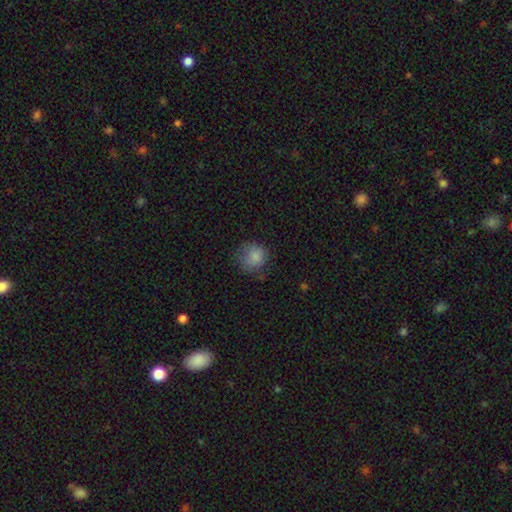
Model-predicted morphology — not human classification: Smooth or featured? smooth (82%)
How rounded? round (84%)
Merging? none (68%)